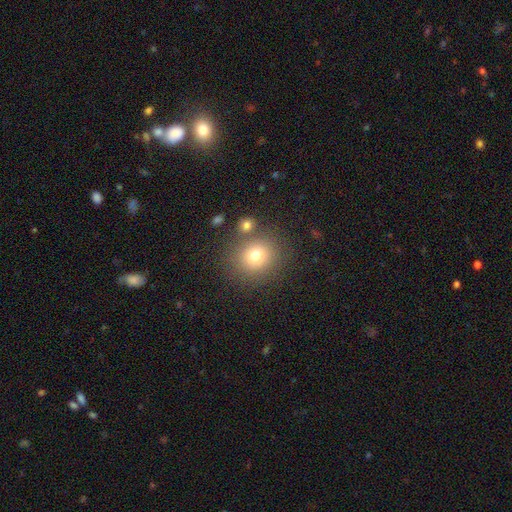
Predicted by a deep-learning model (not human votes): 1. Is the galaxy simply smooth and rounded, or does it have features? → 74% smooth, 15% star or artifact, 12% featured or disk.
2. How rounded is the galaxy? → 86% round, 14% in between, 1% cigar-shaped.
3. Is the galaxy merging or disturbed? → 77% none, 10% merger, 9% minor disturbance, 4% major disturbance.